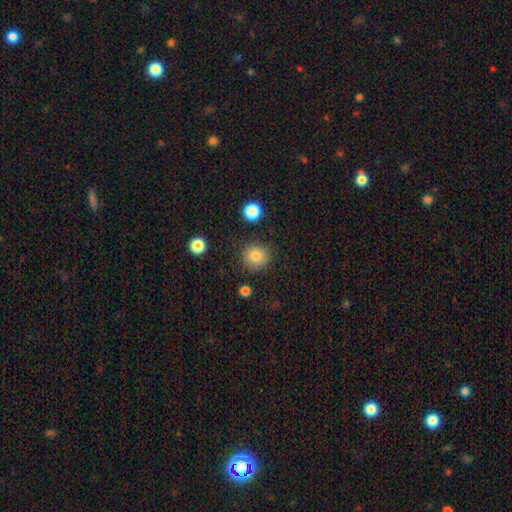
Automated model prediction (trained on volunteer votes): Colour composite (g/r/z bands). It shows a smooth galaxy with no disk features (83%) that is round (92%). Merging: none (87%).